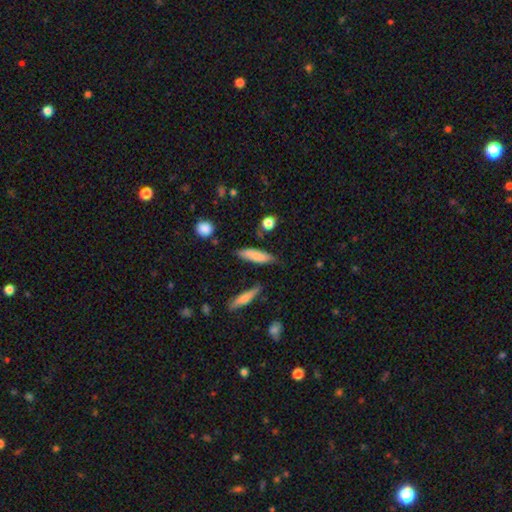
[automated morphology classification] type=smooth (77%); roundness=cigar-shaped (59%); merging=none (73%).